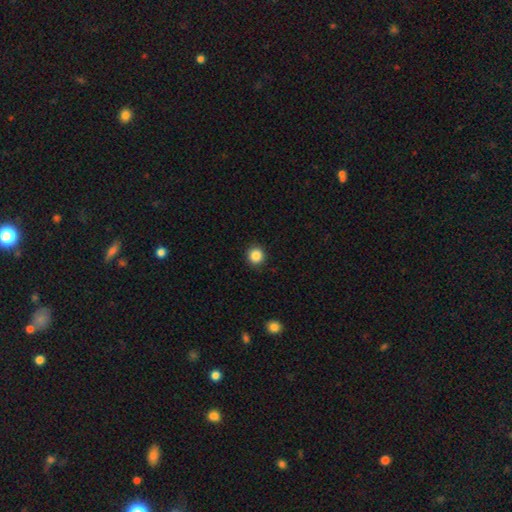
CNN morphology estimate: This appears to be a smooth galaxy with no disk features (86%) that is round (94%). Merging: none (92%).